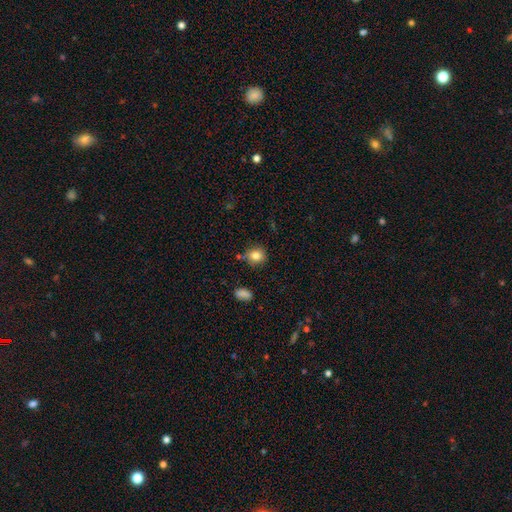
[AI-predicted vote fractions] Q: Smooth or featured?
A: smooth (82%); runner-up: star or artifact (10%)
Q: How rounded?
A: round (83%); runner-up: in between (16%)
Q: Merging?
A: none (78%); runner-up: minor disturbance (14%)